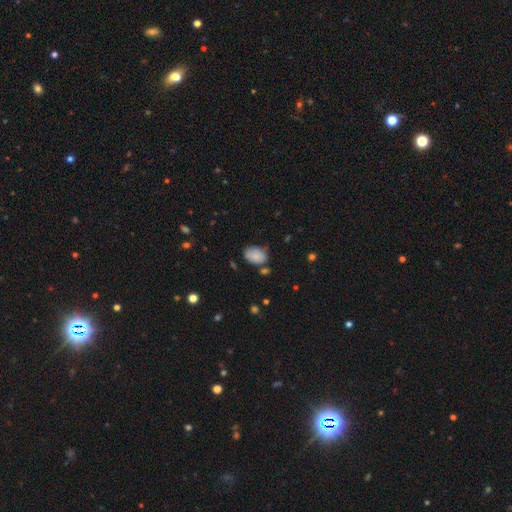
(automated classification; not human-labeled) A smooth galaxy with no disk features (84%) that is in between round and cigar-shaped (85%).

Vote fractions:
- Smooth or featured? smooth: 84% / featured or disk: 8% / star or artifact: 8%
- How rounded? in between: 85% / round: 14% / cigar-shaped: 1%
- Merging? none: 62% / minor disturbance: 26% / merger: 6% / major disturbance: 6%